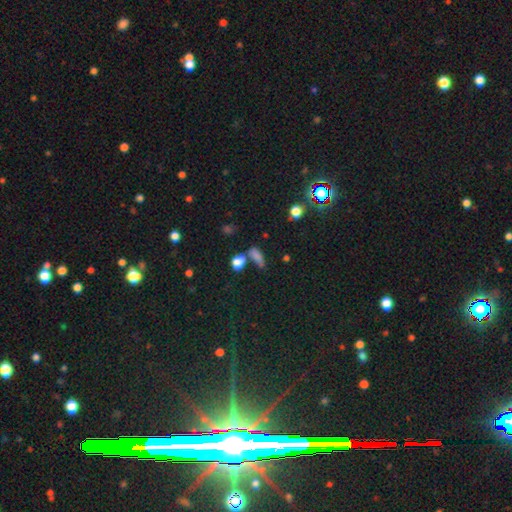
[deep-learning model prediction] A smooth galaxy with no disk features (61%) that is in between round and cigar-shaped (54%). Merging: none (49%).